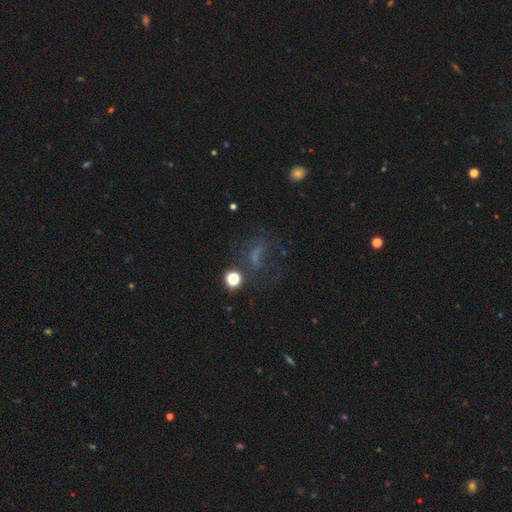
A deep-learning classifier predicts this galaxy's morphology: smooth 39%, star or artifact 34%, featured or disk 27%. Down the decision tree: merging — none (50%).